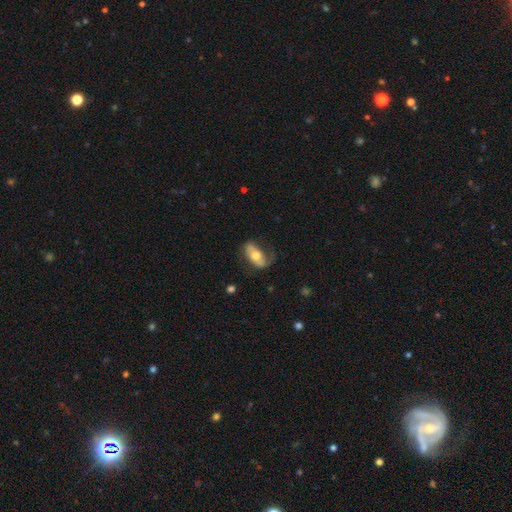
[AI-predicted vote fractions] smooth-or-featured: featured or disk: 52% | smooth: 42% | star or artifact: 6%
  disk-edge-on: no: 86% | yes: 14%
  merging: none: 47% | minor disturbance: 26% | major disturbance: 25% | merger: 2%